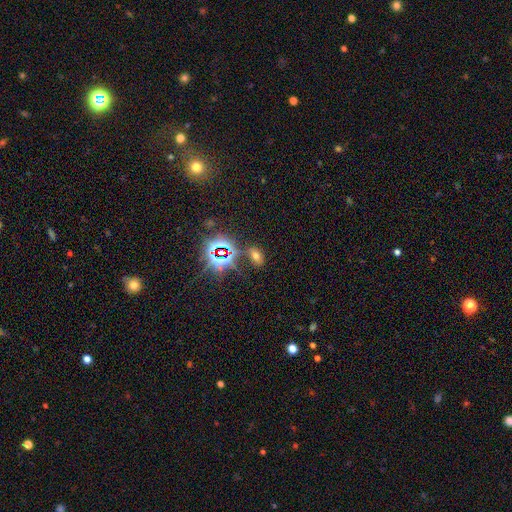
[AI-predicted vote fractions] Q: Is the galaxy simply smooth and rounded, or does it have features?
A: smooth — 47%.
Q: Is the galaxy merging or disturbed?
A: none — 76%.